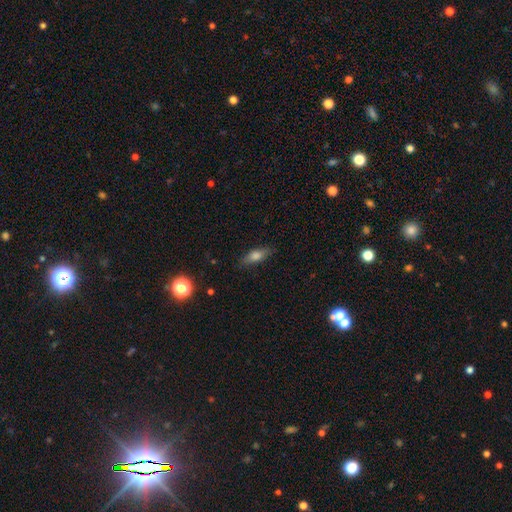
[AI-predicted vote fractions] Q: Smooth or featured?
A: smooth (71%); runner-up: featured or disk (21%)
Q: How rounded?
A: in between (63%); runner-up: cigar-shaped (33%)
Q: Merging?
A: none (82%); runner-up: minor disturbance (13%)